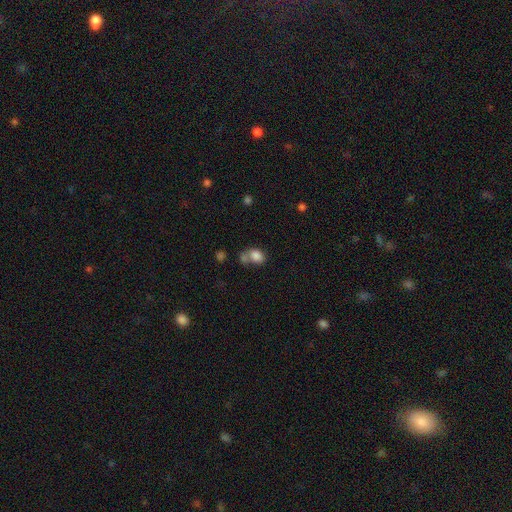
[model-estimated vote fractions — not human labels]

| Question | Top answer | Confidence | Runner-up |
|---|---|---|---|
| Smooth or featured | smooth | 82% | star or artifact (10%) |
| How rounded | in between | 65% | round (34%) |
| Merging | merger | 40% | none (36%) |